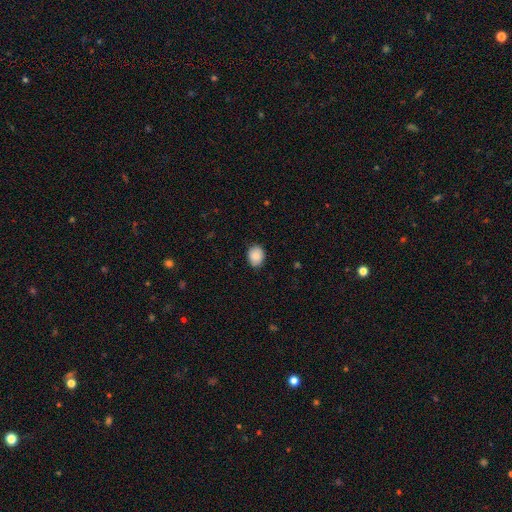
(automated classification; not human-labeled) Smooth or featured? smooth (87%)
How rounded? in between (53%)
Merging? none (84%)